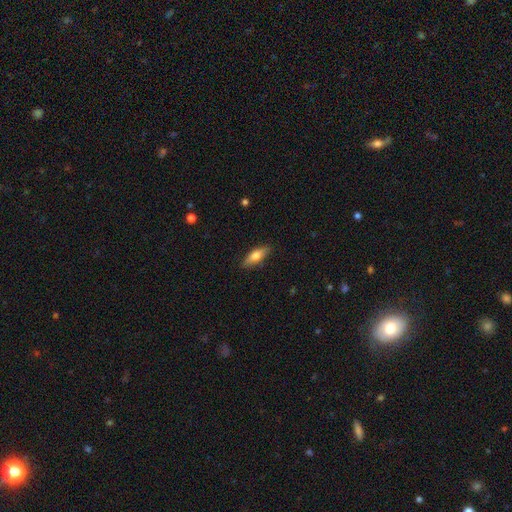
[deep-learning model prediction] Smooth or featured? smooth (65%)
How rounded? in between (52%)
Merging? none (87%)